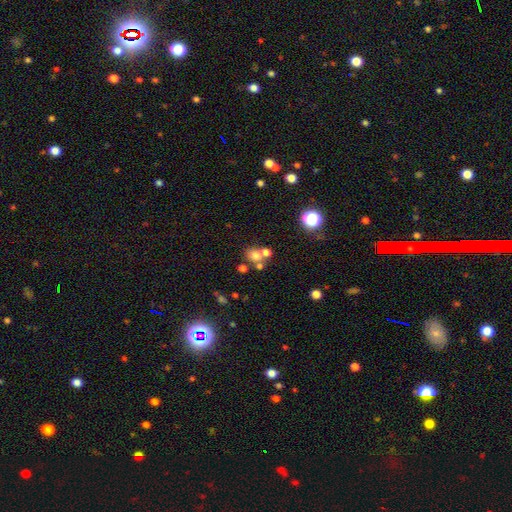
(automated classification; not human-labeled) Smooth or featured? smooth (68%)
How rounded? round (58%)
Merging? merger (46%)